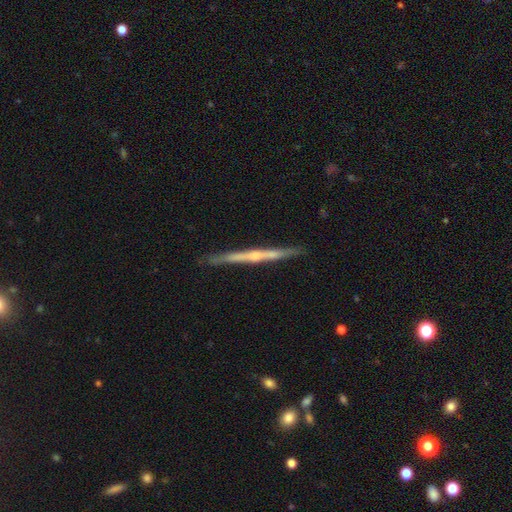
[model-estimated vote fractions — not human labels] Smooth or featured? featured or disk (76%)
Edge-on disk? yes (98%)
Edge-on bulge? rounded (58%)
Merging? none (89%)